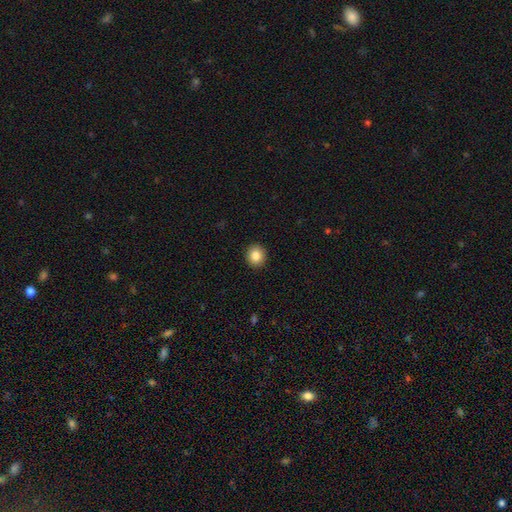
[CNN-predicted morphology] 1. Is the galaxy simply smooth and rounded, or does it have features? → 85% smooth, 9% star or artifact, 6% featured or disk.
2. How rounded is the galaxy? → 88% round, 11% in between, 1% cigar-shaped.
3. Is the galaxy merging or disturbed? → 93% none, 5% minor disturbance, 2% major disturbance, 1% merger.